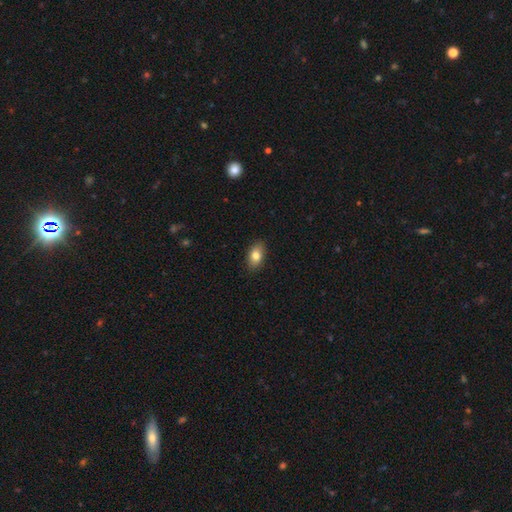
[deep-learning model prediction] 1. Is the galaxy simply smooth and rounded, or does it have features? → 81% smooth, 11% featured or disk, 8% star or artifact.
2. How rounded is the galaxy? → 88% in between, 9% round, 3% cigar-shaped.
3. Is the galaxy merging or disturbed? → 88% none, 9% minor disturbance, 2% major disturbance, 1% merger.